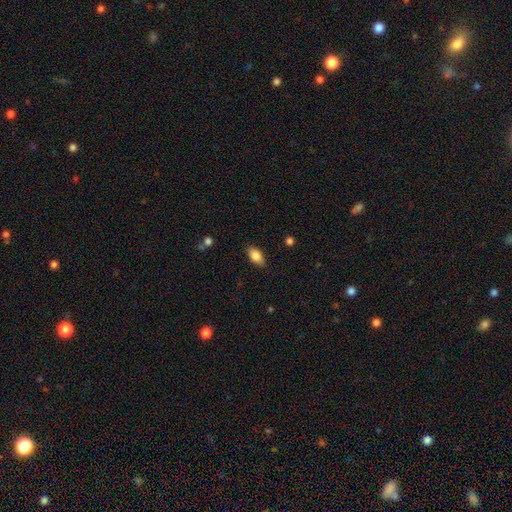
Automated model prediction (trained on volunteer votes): A smooth galaxy with no disk features (84%) that is in between round and cigar-shaped (91%).

Vote fractions:
- Smooth or featured? smooth: 84% / featured or disk: 9% / star or artifact: 7%
- How rounded? in between: 91% / cigar-shaped: 5% / round: 4%
- Merging? none: 85% / minor disturbance: 11% / major disturbance: 2% / merger: 1%